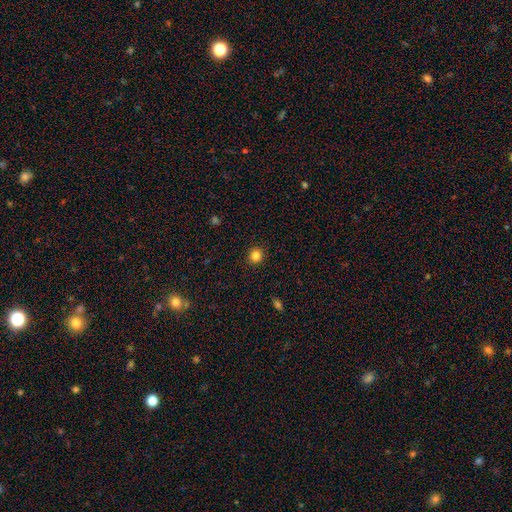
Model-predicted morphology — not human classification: Smooth or featured: smooth — 84% (star or artifact — 12%)
How rounded: round — 91% (in between — 8%)
Merging: none — 92% (minor disturbance — 5%)